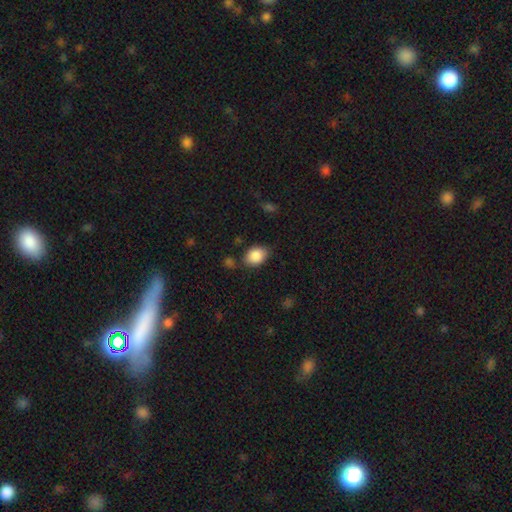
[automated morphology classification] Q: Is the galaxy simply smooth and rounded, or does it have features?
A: smooth — 87%.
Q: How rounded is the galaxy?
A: in between — 77%.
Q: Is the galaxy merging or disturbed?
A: none — 72%.